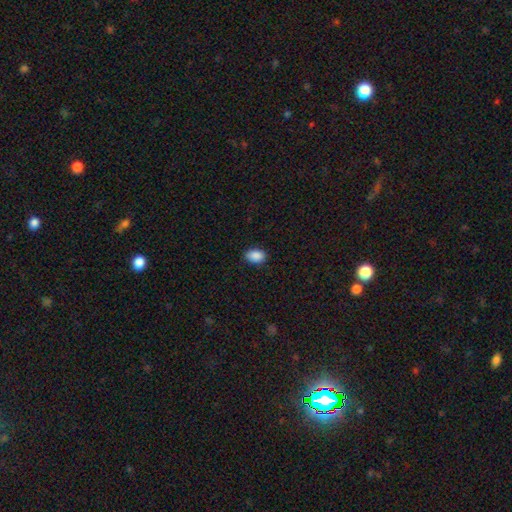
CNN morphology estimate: smooth-or-featured: smooth: 90% | star or artifact: 8% | featured or disk: 3%
  how-rounded: in between: 85% | round: 14% | cigar-shaped: 1%
  merging: none: 88% | minor disturbance: 9% | major disturbance: 2% | merger: 1%